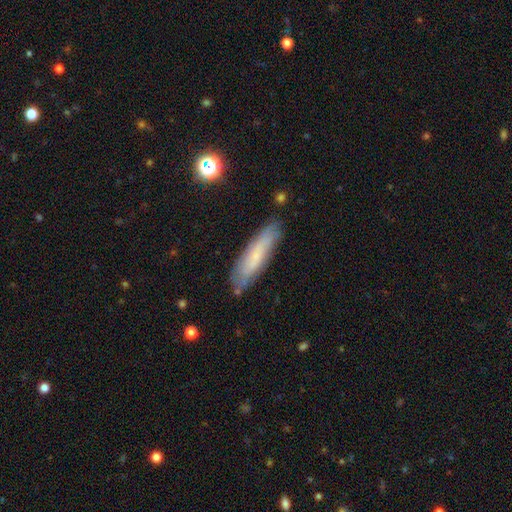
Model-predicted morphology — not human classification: Q: Smooth or featured?
A: smooth (54%); runner-up: featured or disk (38%)
Q: How rounded?
A: cigar-shaped (73%); runner-up: in between (25%)
Q: Merging?
A: none (81%); runner-up: minor disturbance (15%)